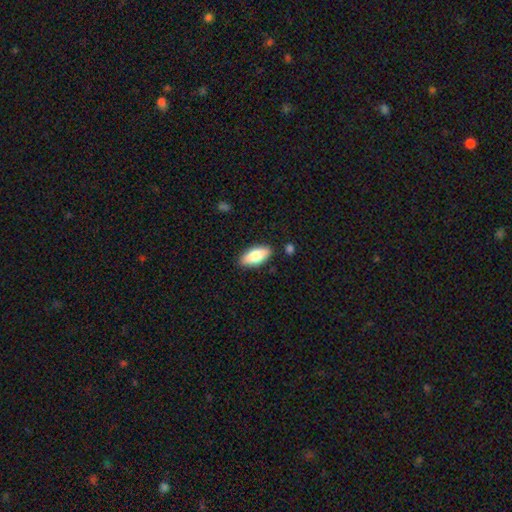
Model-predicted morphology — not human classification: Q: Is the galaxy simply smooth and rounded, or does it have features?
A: smooth — 79%.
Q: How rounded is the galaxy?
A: in between — 88%.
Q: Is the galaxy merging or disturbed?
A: none — 86%.